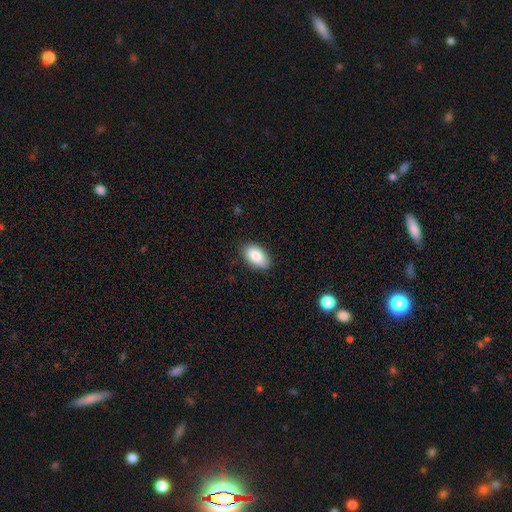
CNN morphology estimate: This appears to be a smooth galaxy with no disk features (86%) that is in between round and cigar-shaped (94%). Merging: none (84%).